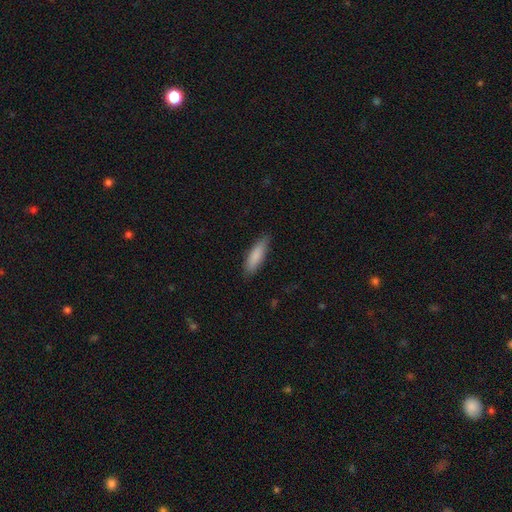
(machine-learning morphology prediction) smooth 85%, featured or disk 10%, star or artifact 6%. Down the decision tree: how rounded — cigar-shaped (59%); merging — none (82%).